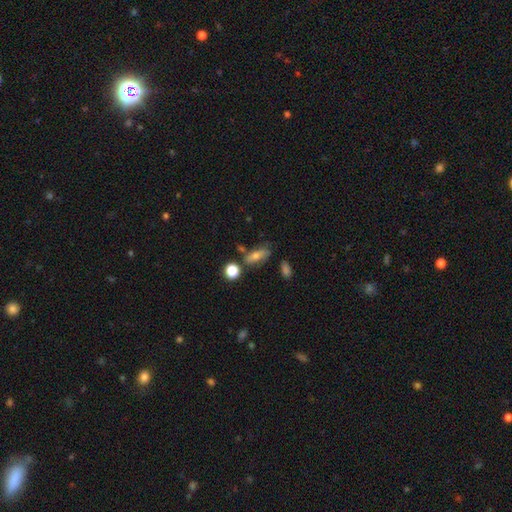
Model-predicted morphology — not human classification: Overall: smooth (64%). How rounded: in between (65%). Merging: none (58%; minor disturbance 22%).